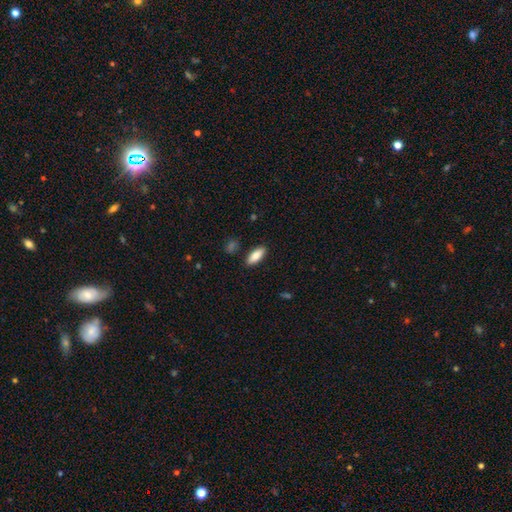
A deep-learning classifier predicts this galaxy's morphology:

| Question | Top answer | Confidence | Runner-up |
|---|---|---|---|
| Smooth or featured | smooth | 82% | featured or disk (11%) |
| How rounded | in between | 74% | cigar-shaped (24%) |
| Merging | none | 87% | minor disturbance (9%) |